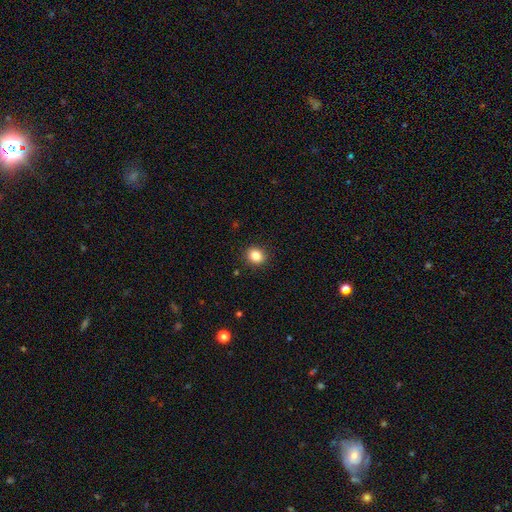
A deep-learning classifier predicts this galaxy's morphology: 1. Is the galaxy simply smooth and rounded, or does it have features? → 86% smooth, 10% star or artifact, 4% featured or disk.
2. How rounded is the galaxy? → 72% round, 27% in between, 1% cigar-shaped.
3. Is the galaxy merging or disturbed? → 90% none, 7% minor disturbance, 2% major disturbance, 1% merger.